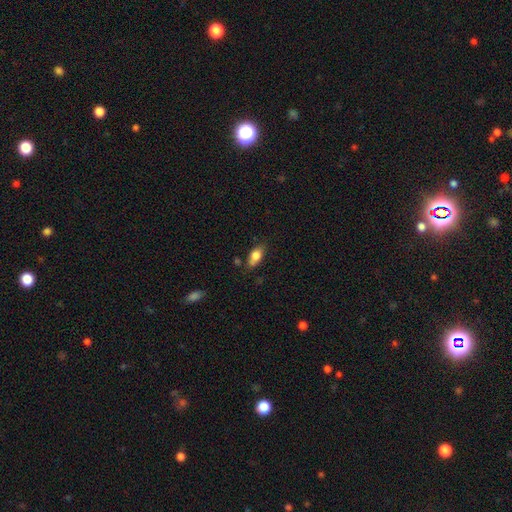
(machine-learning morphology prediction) Q: Smooth or featured?
A: smooth (78%); runner-up: featured or disk (15%)
Q: How rounded?
A: in between (84%); runner-up: cigar-shaped (10%)
Q: Merging?
A: none (68%); runner-up: minor disturbance (23%)